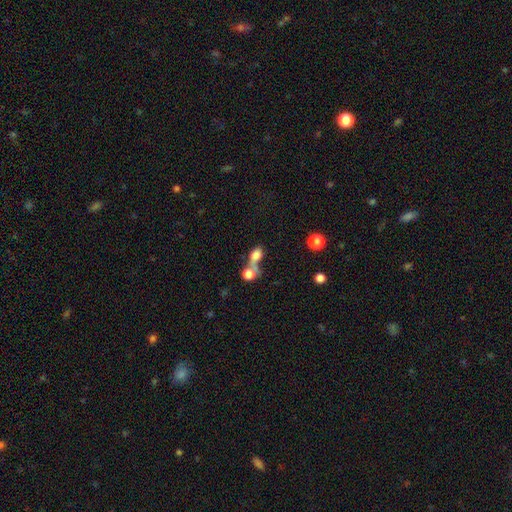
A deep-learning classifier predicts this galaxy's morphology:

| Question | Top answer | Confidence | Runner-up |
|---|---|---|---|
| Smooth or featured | smooth | 76% | featured or disk (13%) |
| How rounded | in between | 63% | round (33%) |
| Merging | merger | 60% | none (22%) |